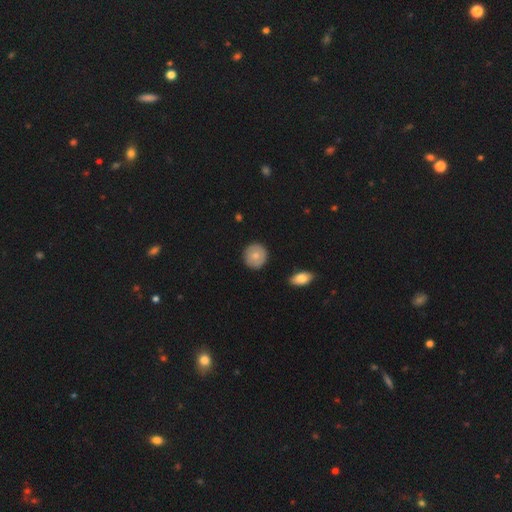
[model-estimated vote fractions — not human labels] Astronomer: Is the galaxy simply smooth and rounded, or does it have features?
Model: smooth — 76%.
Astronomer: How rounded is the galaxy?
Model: round — 90%.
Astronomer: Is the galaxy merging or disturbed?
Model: none — 90%.